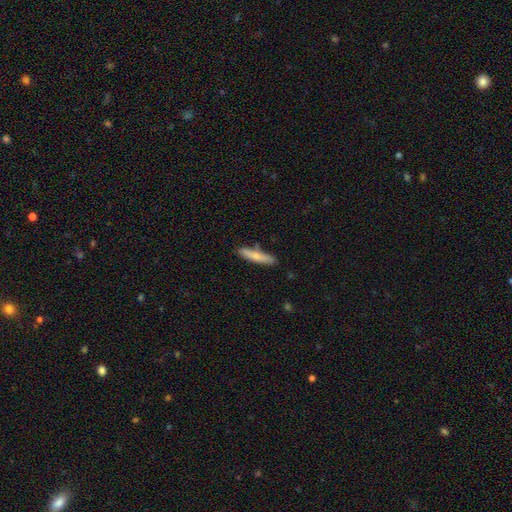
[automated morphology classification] smooth_or_featured: smooth (p=0.69) [alt: featured or disk p=0.25]
how_rounded: cigar-shaped (p=0.88) [alt: in between p=0.11]
merging: none (p=0.79) [alt: minor disturbance p=0.14]